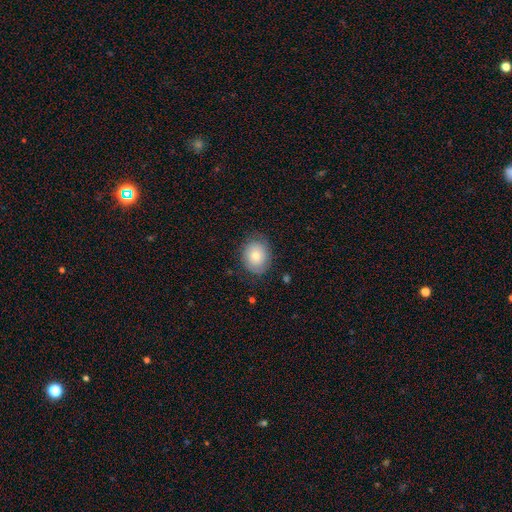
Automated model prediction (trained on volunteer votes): smooth-or-featured: smooth: 71% | featured or disk: 21% | star or artifact: 8%
  how-rounded: round: 56% | in between: 43% | cigar-shaped: 1%
  merging: none: 76% | minor disturbance: 18% | major disturbance: 5% | merger: 1%